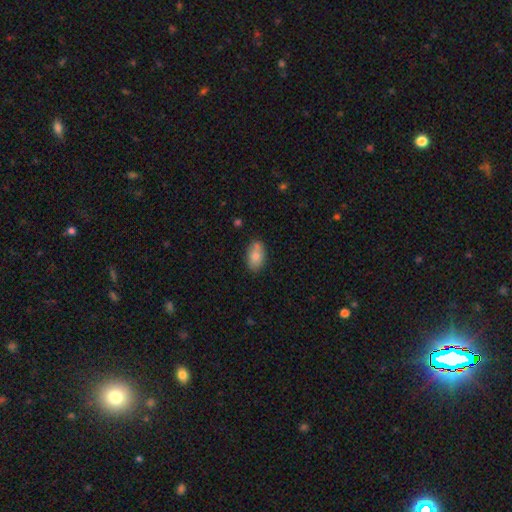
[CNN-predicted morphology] smooth 82%, featured or disk 11%, star or artifact 7%. Down the decision tree: how rounded — in between (92%); merging — none (72%).